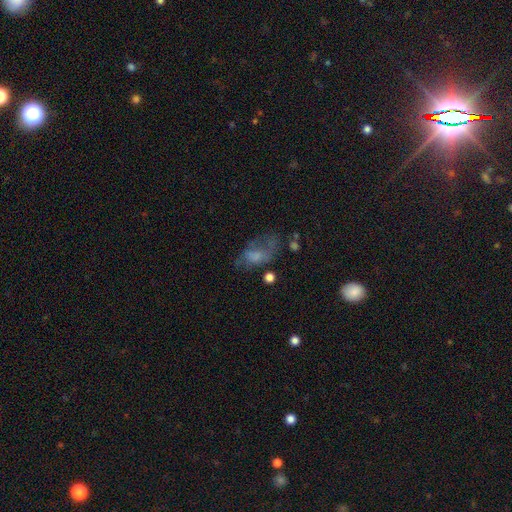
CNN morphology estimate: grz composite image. It shows a smooth galaxy with no disk features (53%) that is in between round and cigar-shaped (85%). Merging: major disturbance (42%).